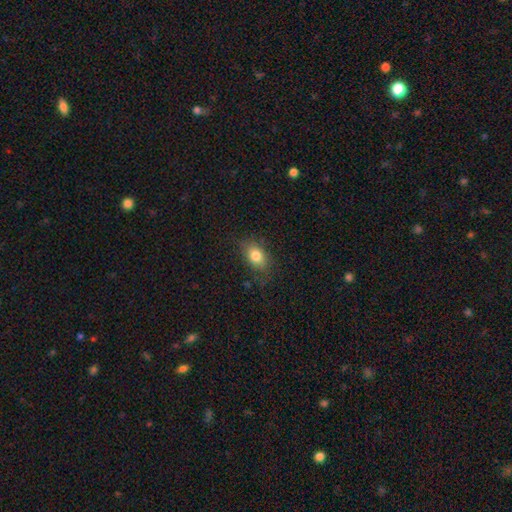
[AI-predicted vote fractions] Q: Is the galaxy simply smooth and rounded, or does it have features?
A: smooth — 80%.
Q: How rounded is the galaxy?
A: in between — 79%.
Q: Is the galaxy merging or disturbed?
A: none — 78%.